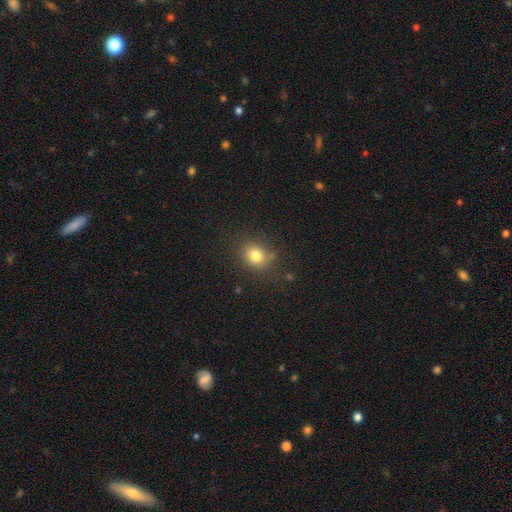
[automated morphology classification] smooth-or-featured: smooth: 80% | star or artifact: 13% | featured or disk: 7%
  how-rounded: round: 69% | in between: 30% | cigar-shaped: 1%
  merging: none: 79% | minor disturbance: 13% | major disturbance: 5% | merger: 3%